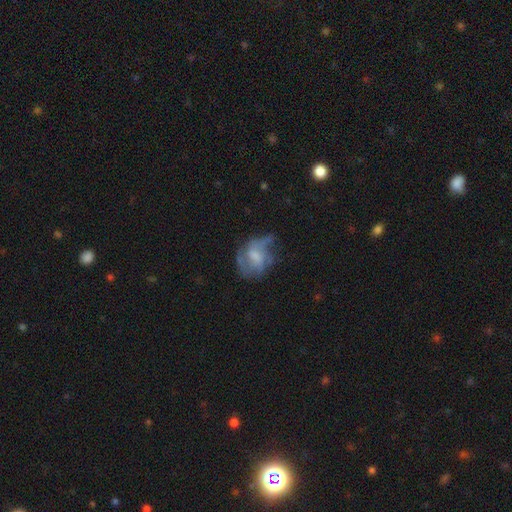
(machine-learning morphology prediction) smooth-or-featured: featured or disk: 53% | smooth: 38% | star or artifact: 10%
  disk-edge-on: no: 97% | yes: 3%
    bar: no: 53% | weak: 38% | strong: 9%
    has-spiral-arms: yes: 54% | no: 46%
    bulge-size: moderate: 34% | none: 29% | small: 25% | large: 10% | dominant: 2%
  merging: major disturbance: 35% | none: 34% | minor disturbance: 27% | merger: 4%